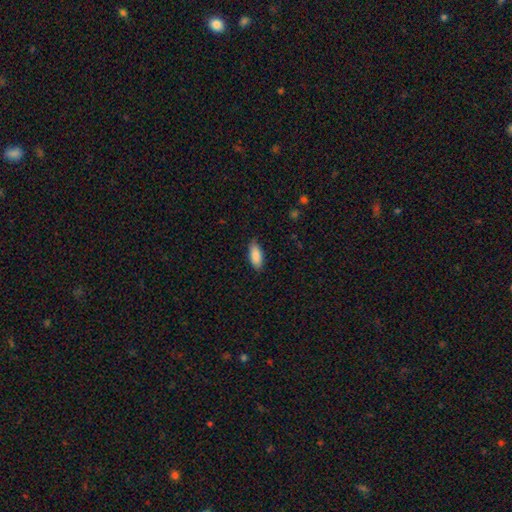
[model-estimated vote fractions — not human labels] smooth_or_featured: smooth (p=0.88) [alt: star or artifact p=0.06]
how_rounded: in between (p=0.84) [alt: cigar-shaped p=0.14]
merging: none (p=0.80) [alt: minor disturbance p=0.16]